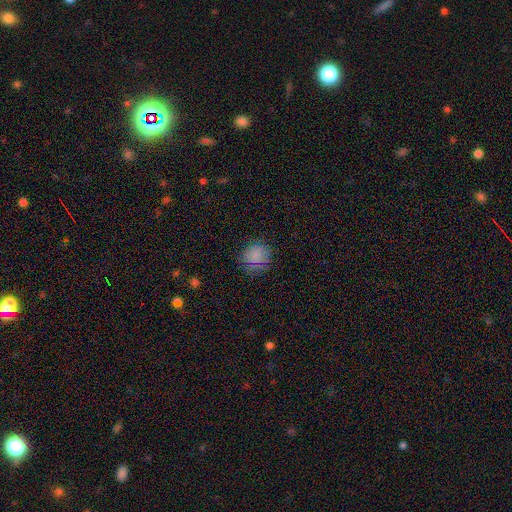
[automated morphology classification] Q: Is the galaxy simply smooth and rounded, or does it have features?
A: smooth — 77%.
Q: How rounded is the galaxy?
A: round — 88%.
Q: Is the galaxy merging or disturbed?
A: none — 79%.